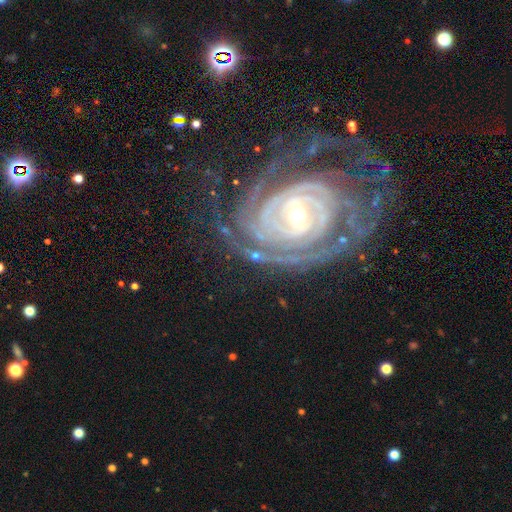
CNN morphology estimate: smooth-or-featured: featured or disk: 81% | star or artifact: 9% | smooth: 9%
  disk-edge-on: no: 94% | yes: 6%
    bar: no: 40% | strong: 31% | weak: 29%
    has-spiral-arms: yes: 90% | no: 10%
      spiral-winding: tight: 74% | medium: 19% | loose: 7%
      spiral-arm-count: can't tell: 29% | 2: 27% | 3: 15% | 4: 10% | more than 4: 9% | 1: 9%
    bulge-size: moderate: 63% | small: 24% | large: 9% | none: 2% | dominant: 2%
  merging: none: 72% | minor disturbance: 15% | major disturbance: 10% | merger: 3%